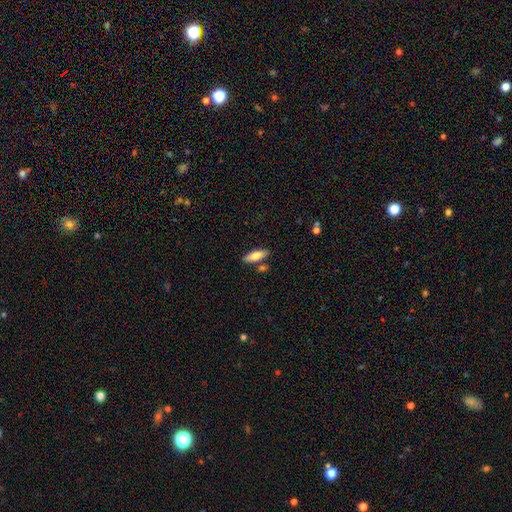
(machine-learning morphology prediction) A smooth galaxy with no disk features (74%) that is in between round and cigar-shaped (65%).

Vote fractions:
- Smooth or featured? smooth: 74% / featured or disk: 20% / star or artifact: 6%
- How rounded? in between: 65% / cigar-shaped: 33% / round: 2%
- Merging? none: 79% / minor disturbance: 11% / merger: 8% / major disturbance: 2%